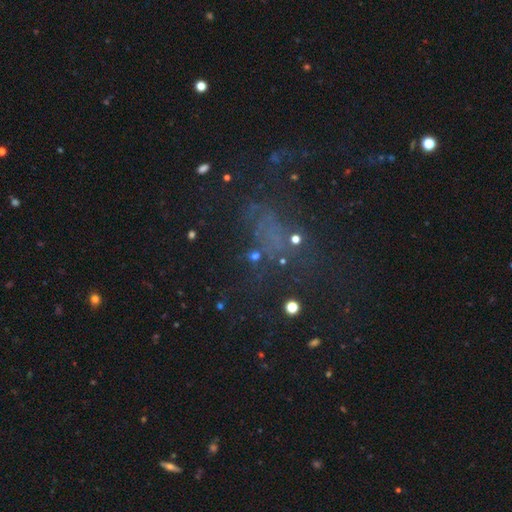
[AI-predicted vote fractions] The model was most divided on "smooth or featured": star or artifact: 42%, smooth: 33%, featured or disk: 25%.